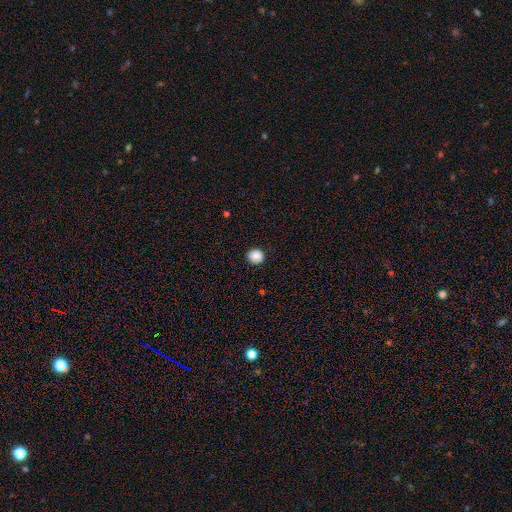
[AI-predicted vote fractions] Overall: smooth (88%). How rounded: round (88%). Merging: none (92%).